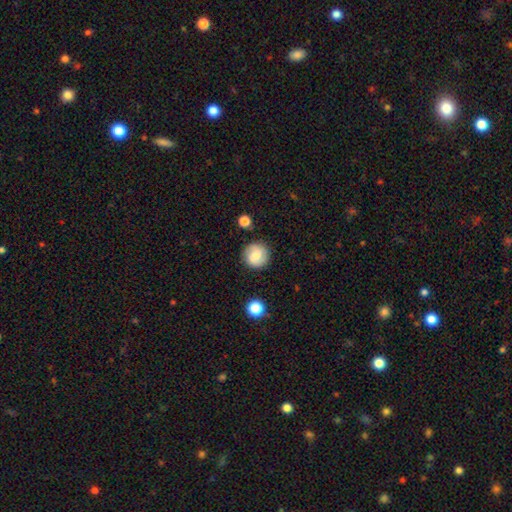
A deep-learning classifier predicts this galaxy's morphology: Smooth or featured? smooth (66%)
How rounded? round (92%)
Merging? none (86%)